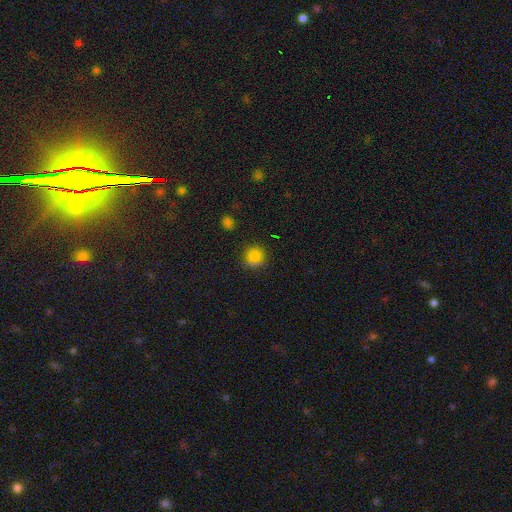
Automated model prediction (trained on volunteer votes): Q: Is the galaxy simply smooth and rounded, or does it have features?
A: smooth — 79%.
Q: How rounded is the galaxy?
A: round — 90%.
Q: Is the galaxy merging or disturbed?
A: none — 76%.